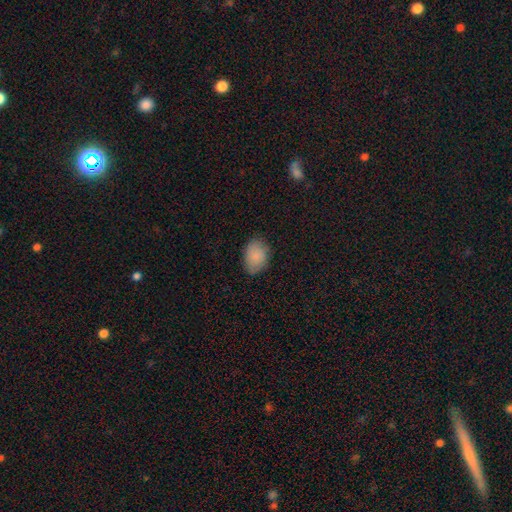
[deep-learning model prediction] smooth-or-featured: smooth: 87% | star or artifact: 7% | featured or disk: 6%
  how-rounded: in between: 78% | round: 21% | cigar-shaped: 1%
  merging: none: 79% | minor disturbance: 16% | major disturbance: 3% | merger: 1%